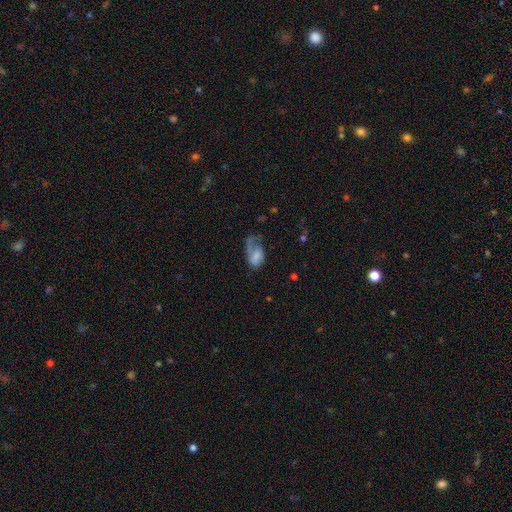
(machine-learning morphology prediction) Smooth or featured? Predicted: featured or disk (p=0.47). Merging? Predicted: major disturbance (p=0.47).